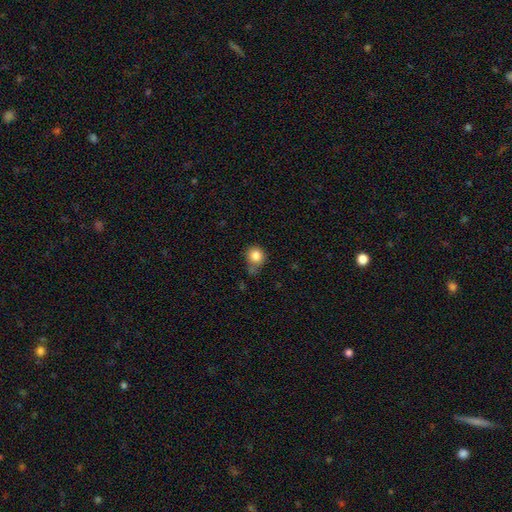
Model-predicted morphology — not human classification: The model was most divided on "merging": none: 55%, minor disturbance: 26%, merger: 10%, major disturbance: 8%. More confident: how rounded — round (86%); smooth or featured — smooth (84%).